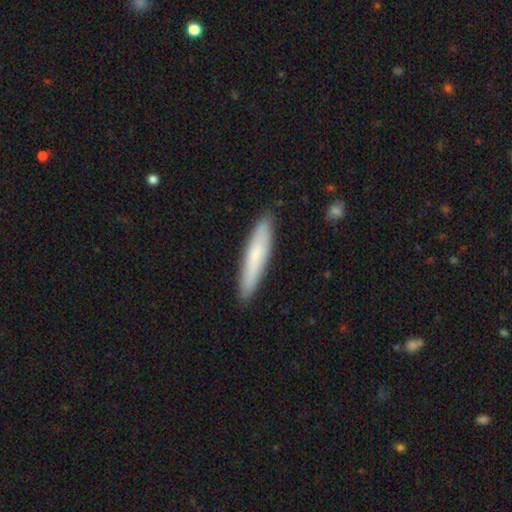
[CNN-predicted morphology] This appears to be a smooth galaxy with no disk features (71%) that is cigar-shaped (87%). Merging: none (89%).